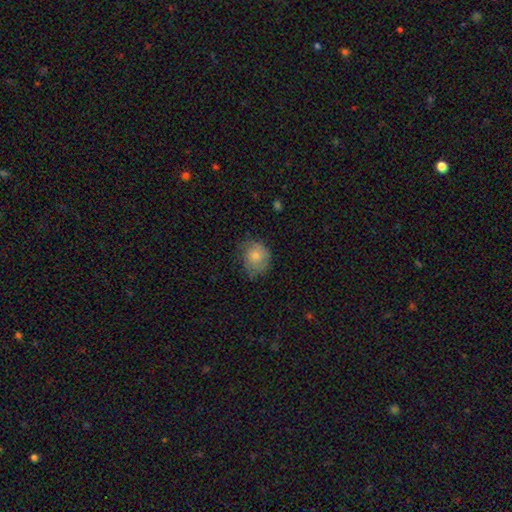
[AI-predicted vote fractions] Smooth or featured? smooth (76%)
How rounded? round (71%)
Merging? none (59%)